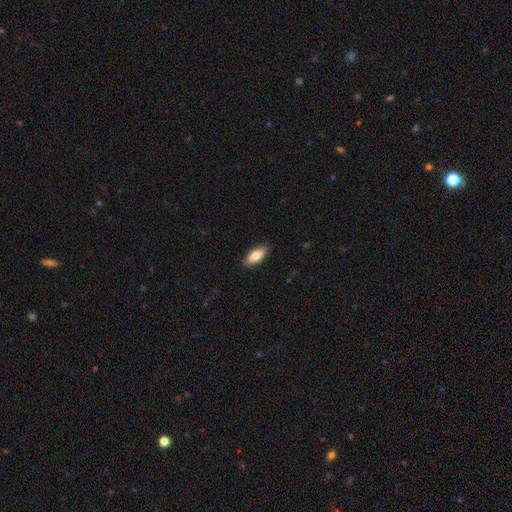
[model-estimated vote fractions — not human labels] A smooth galaxy with no disk features (80%) that is in between round and cigar-shaped (79%).

Vote fractions:
- Smooth or featured? smooth: 80% / featured or disk: 15% / star or artifact: 6%
- How rounded? in between: 79% / cigar-shaped: 18% / round: 2%
- Merging? none: 89% / minor disturbance: 9% / major disturbance: 2% / merger: 1%